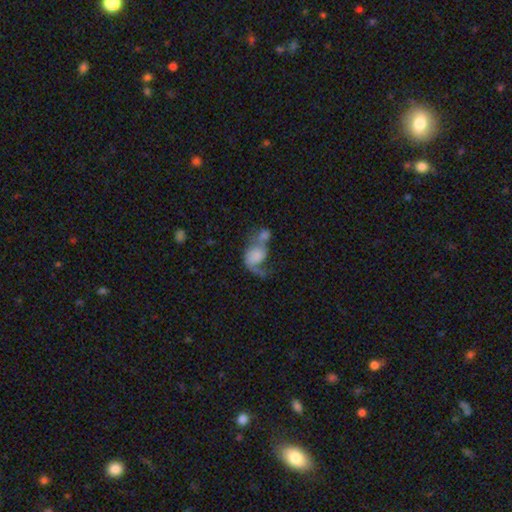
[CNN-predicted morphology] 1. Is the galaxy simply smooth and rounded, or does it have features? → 55% smooth, 35% featured or disk, 9% star or artifact.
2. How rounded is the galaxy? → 66% in between, 33% round, 2% cigar-shaped.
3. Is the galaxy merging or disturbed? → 59% merger, 20% major disturbance, 12% none, 9% minor disturbance.